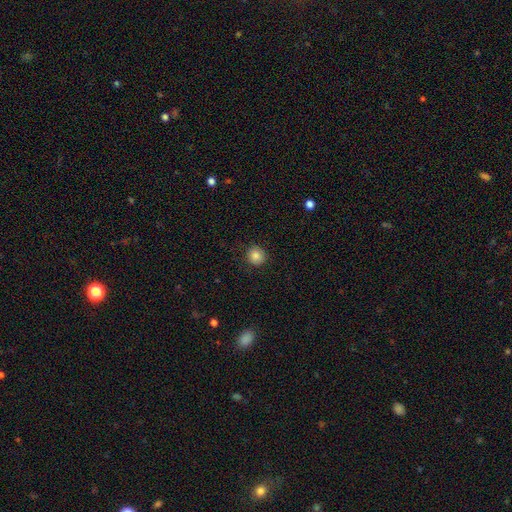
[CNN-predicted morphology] Smooth or featured? Predicted: smooth (p=0.84). How rounded? Predicted: round (p=0.89). Merging? Predicted: none (p=0.89).